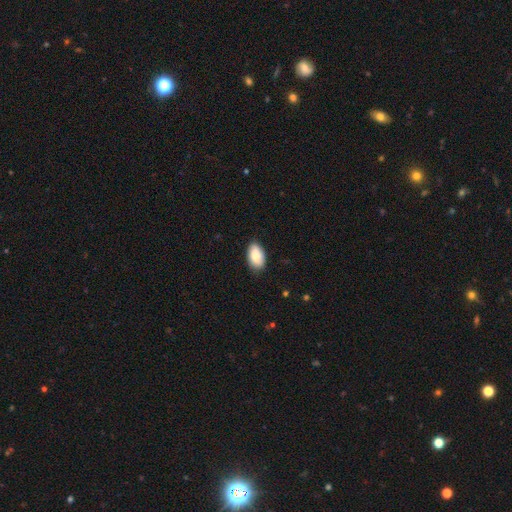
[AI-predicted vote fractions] This is clearly a smooth galaxy (84%). How rounded: clearly in between (94%). Merging: clearly none (83%).